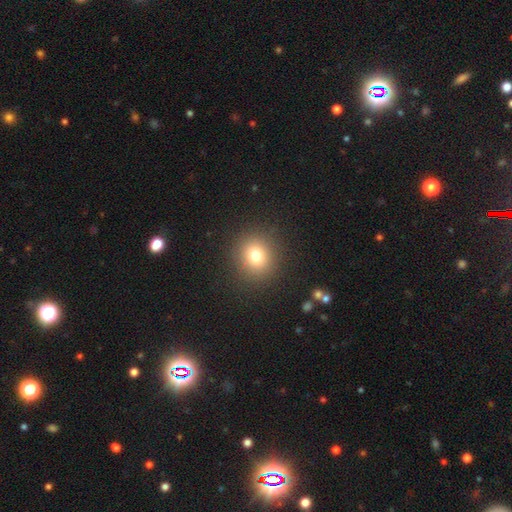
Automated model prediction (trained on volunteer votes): smooth_or_featured: smooth (p=0.76) [alt: star or artifact p=0.14]
how_rounded: round (p=0.84) [alt: in between p=0.15]
merging: none (p=0.89) [alt: minor disturbance p=0.06]